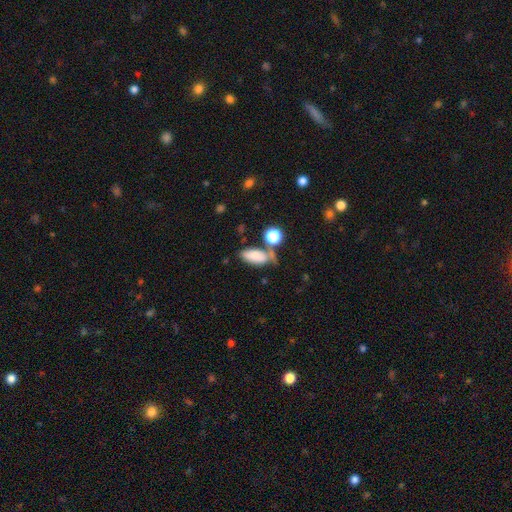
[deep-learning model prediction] smooth_or_featured: smooth (p=0.77) [alt: featured or disk p=0.14]
how_rounded: in between (p=0.86) [alt: cigar-shaped p=0.09]
merging: none (p=0.46) [alt: merger p=0.24]